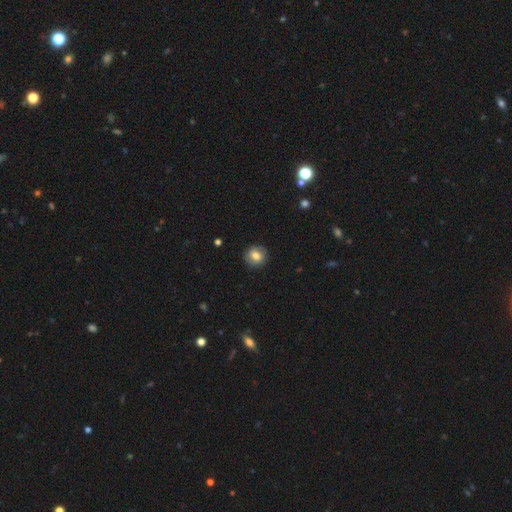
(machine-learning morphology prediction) A smooth galaxy with no disk features (75%) that is round (84%). Merging: none (88%).